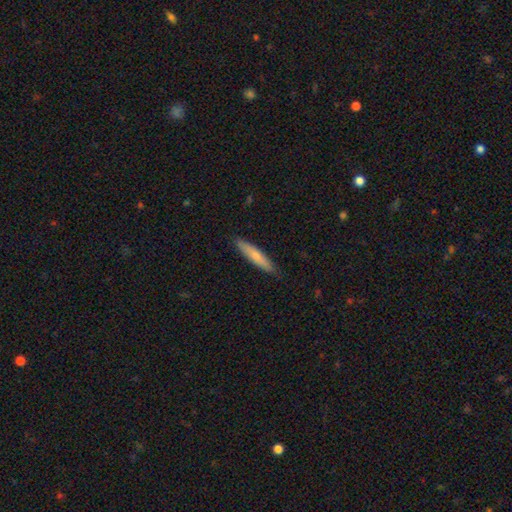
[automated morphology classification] Smooth or featured? smooth (69%)
How rounded? cigar-shaped (89%)
Merging? none (89%)